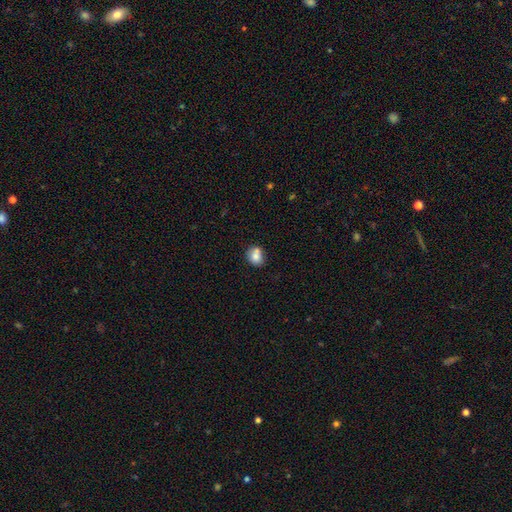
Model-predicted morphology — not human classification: type=smooth (78%); roundness=round (64%); merging=none (54%).